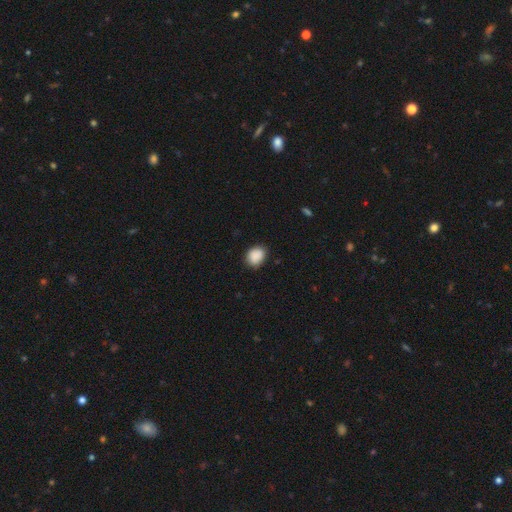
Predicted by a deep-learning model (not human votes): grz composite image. It shows a smooth galaxy with no disk features (89%) that is round (51%). Merging: none (81%).